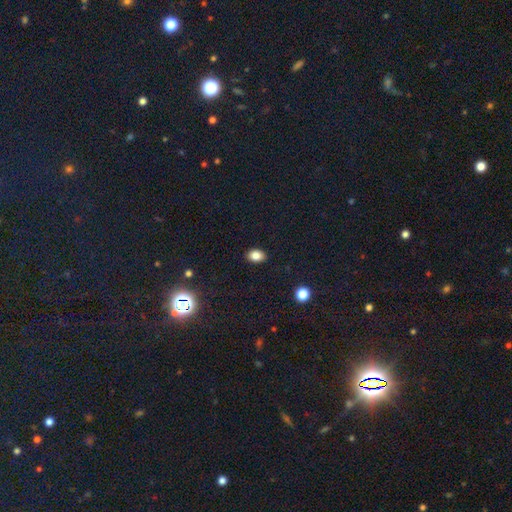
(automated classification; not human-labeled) Overall: smooth (83%). How rounded: in between (79%). Merging: none (89%).